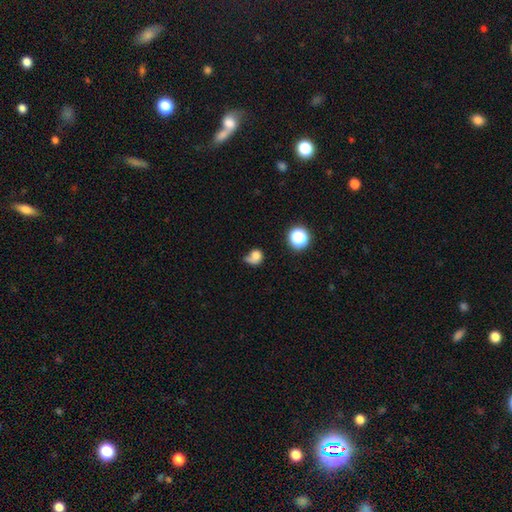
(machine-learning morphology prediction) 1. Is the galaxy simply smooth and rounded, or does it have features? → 71% smooth, 16% featured or disk, 12% star or artifact.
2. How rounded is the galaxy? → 68% round, 31% in between, 1% cigar-shaped.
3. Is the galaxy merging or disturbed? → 31% major disturbance (tied), 31% none (tied), 27% minor disturbance, 12% merger.